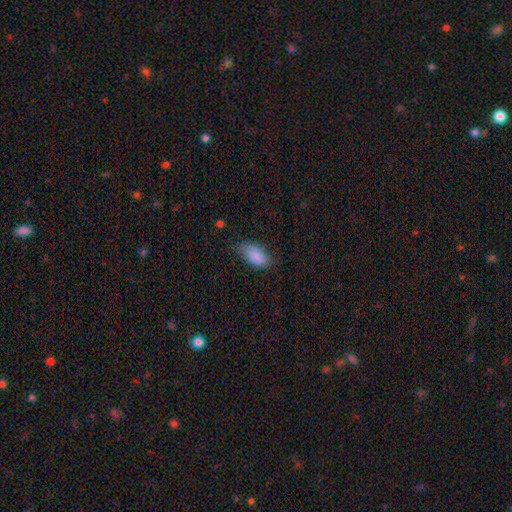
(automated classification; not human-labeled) Smooth or featured?
  - smooth: 85% *
  - featured or disk: 9%
  - star or artifact: 7%
How rounded?
  - in between: 94% *
  - cigar-shaped: 4%
  - round: 3%
Merging?
  - none: 64% *
  - minor disturbance: 27%
  - major disturbance: 7%
  - merger: 1%